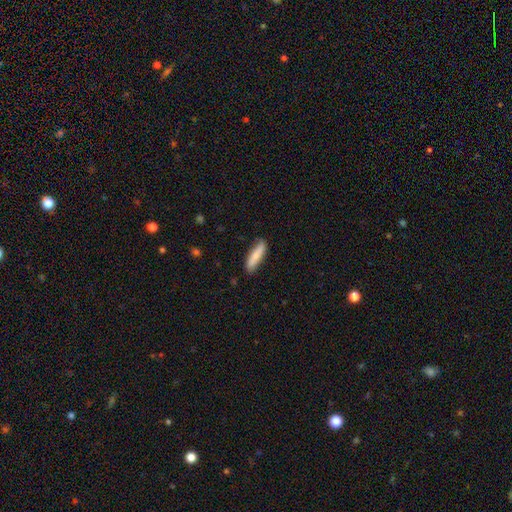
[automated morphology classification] This is likely a smooth galaxy (77%). How rounded: likely cigar-shaped (70%). Merging: likely none (80%).